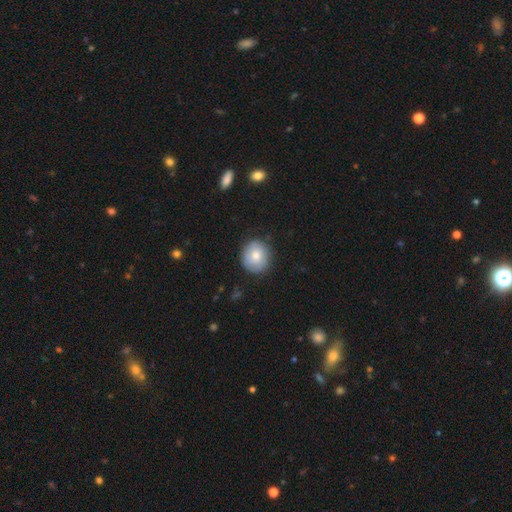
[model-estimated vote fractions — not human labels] smooth_or_featured: smooth (p=0.73) [alt: featured or disk p=0.20]
how_rounded: round (p=0.85) [alt: in between p=0.14]
merging: none (p=0.83) [alt: minor disturbance p=0.13]